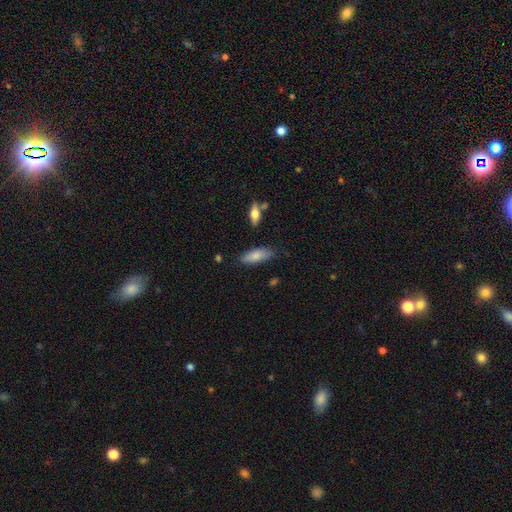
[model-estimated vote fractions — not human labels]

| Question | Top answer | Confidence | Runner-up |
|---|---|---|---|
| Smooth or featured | smooth | 82% | featured or disk (12%) |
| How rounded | in between | 72% | cigar-shaped (26%) |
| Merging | none | 75% | minor disturbance (19%) |